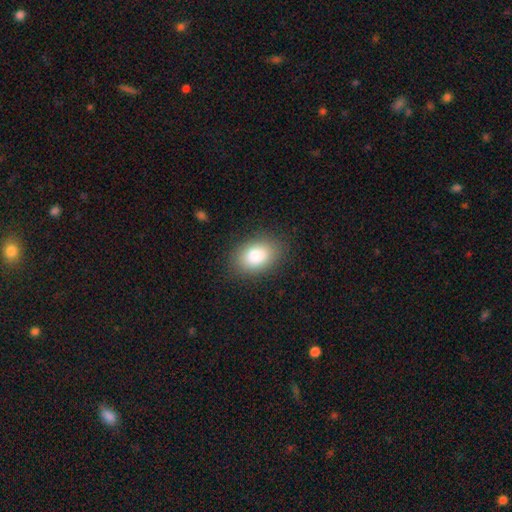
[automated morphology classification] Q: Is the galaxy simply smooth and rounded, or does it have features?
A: smooth — 83%.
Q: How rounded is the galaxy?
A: in between — 81%.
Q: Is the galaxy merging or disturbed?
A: none — 83%.